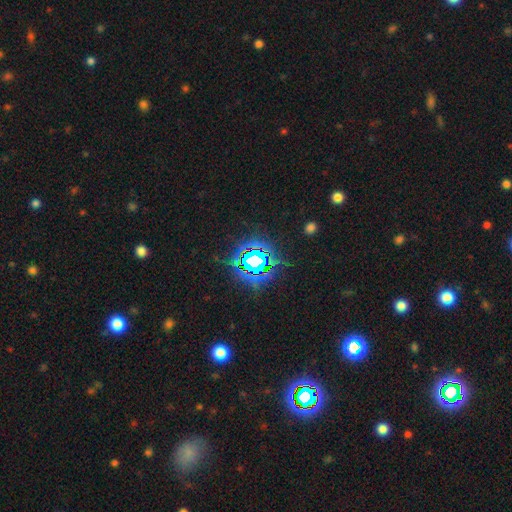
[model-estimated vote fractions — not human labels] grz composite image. It shows a star or artifact, not a galaxy (82%).